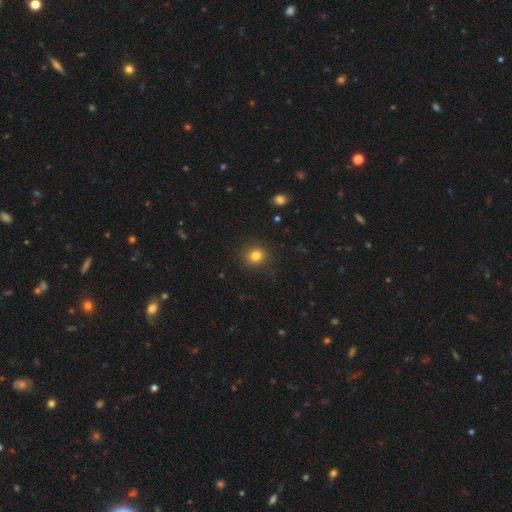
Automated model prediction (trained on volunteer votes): The model was most divided on "smooth or featured": smooth: 81%, star or artifact: 13%, featured or disk: 6%. More confident: merging — none (88%); how rounded — round (87%).